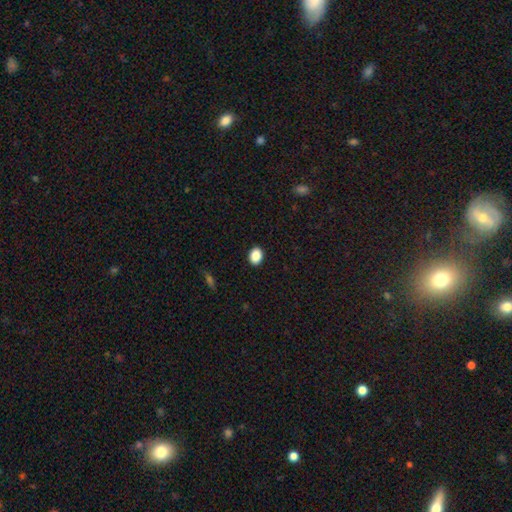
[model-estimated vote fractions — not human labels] This is clearly a smooth galaxy (89%). How rounded: likely in between (64%). Merging: clearly none (91%).